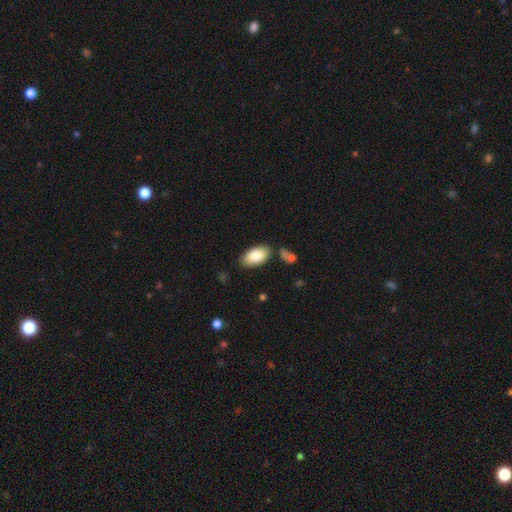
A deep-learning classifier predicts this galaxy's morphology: Smooth or featured?
  - smooth: 81% *
  - featured or disk: 12%
  - star or artifact: 6%
How rounded?
  - in between: 94% *
  - cigar-shaped: 3%
  - round: 3%
Merging?
  - none: 80% *
  - minor disturbance: 12%
  - merger: 5%
  - major disturbance: 3%